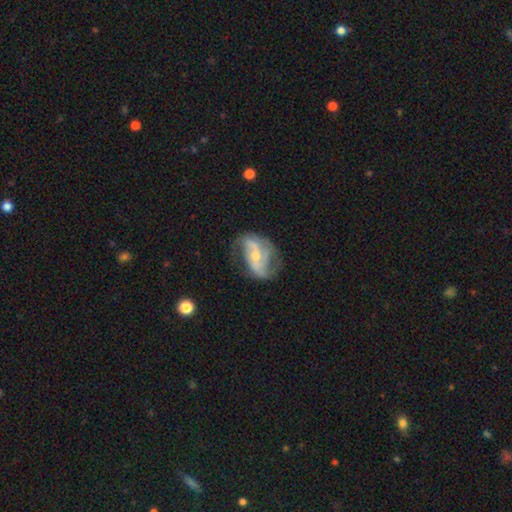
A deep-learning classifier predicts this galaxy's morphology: A featured or disk galaxy (81%) with no bar (37%), 2 (65%) medium (41%) spiral arms (90%) and a small central bulge (51%). Merging: none (55%).